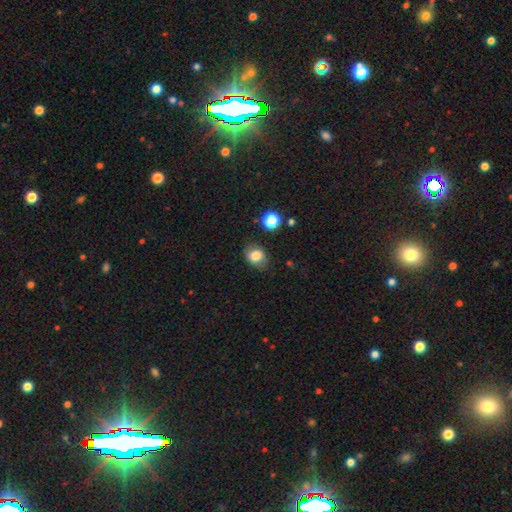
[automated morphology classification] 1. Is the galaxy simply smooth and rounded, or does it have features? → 81% smooth, 11% star or artifact, 9% featured or disk.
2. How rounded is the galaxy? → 52% in between, 47% round, 1% cigar-shaped.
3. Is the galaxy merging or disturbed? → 76% none, 17% minor disturbance, 4% major disturbance, 2% merger.